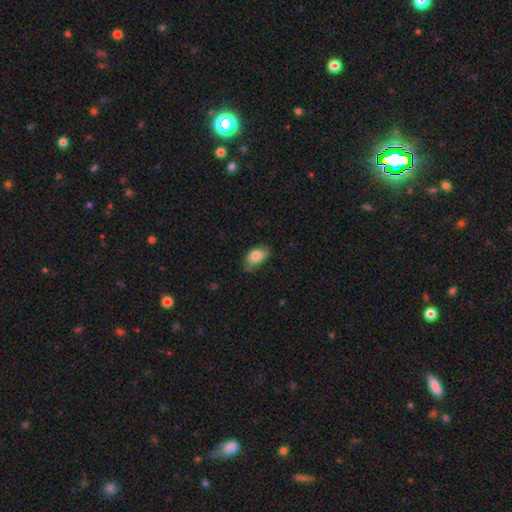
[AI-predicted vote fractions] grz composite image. It shows a smooth galaxy with no disk features (82%) that is in between round and cigar-shaped (90%). Merging: none (60%).